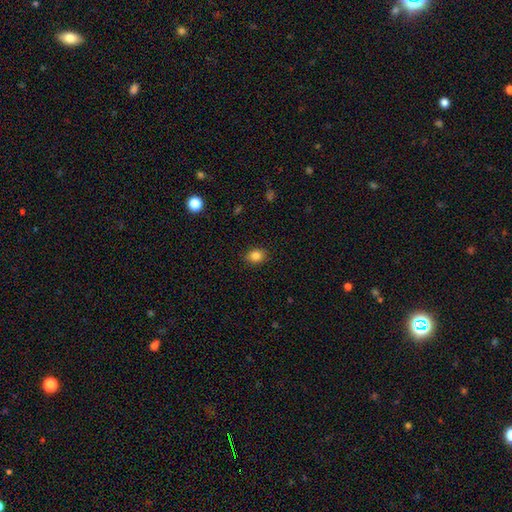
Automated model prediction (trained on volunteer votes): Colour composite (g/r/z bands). It shows a smooth galaxy with no disk features (85%) that is in between round and cigar-shaped (53%). Merging: none (88%).